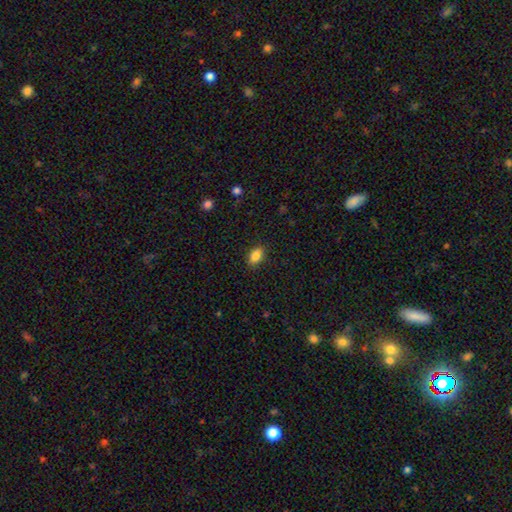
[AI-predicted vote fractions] A smooth galaxy with no disk features (86%) that is in between round and cigar-shaped (88%). Merging: none (88%).